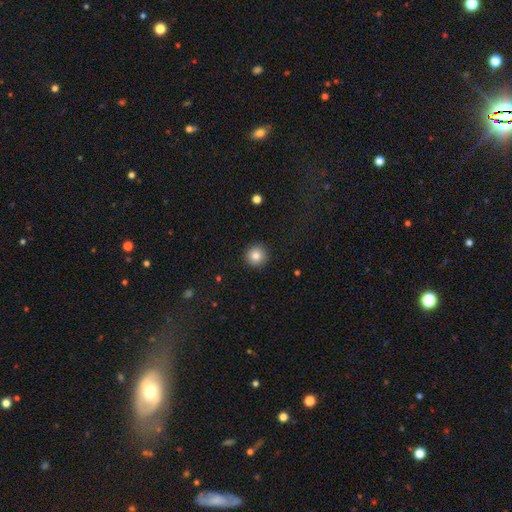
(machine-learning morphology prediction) This is clearly a smooth galaxy (84%). How rounded: clearly round (95%). Merging: clearly none (92%).